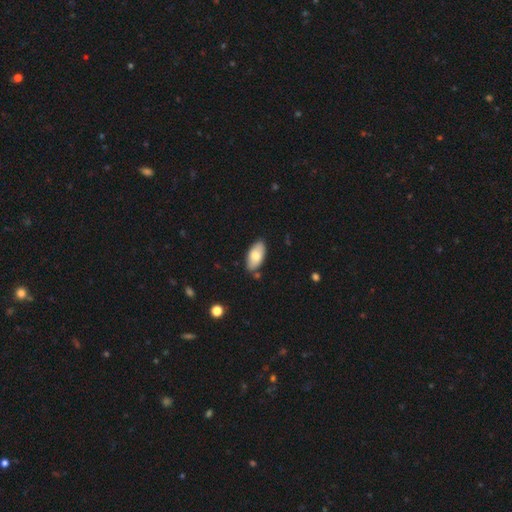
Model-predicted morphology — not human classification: A smooth galaxy with no disk features (75%) that is in between round and cigar-shaped (93%). Merging: none (81%).